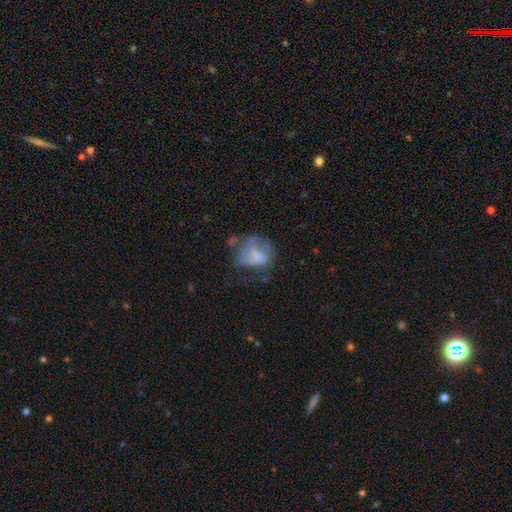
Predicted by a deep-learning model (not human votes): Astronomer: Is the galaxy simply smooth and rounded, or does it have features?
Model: featured or disk — 45% (runner-up: smooth, 44%).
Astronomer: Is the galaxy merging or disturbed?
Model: major disturbance — 40% (runner-up: none, 30%).